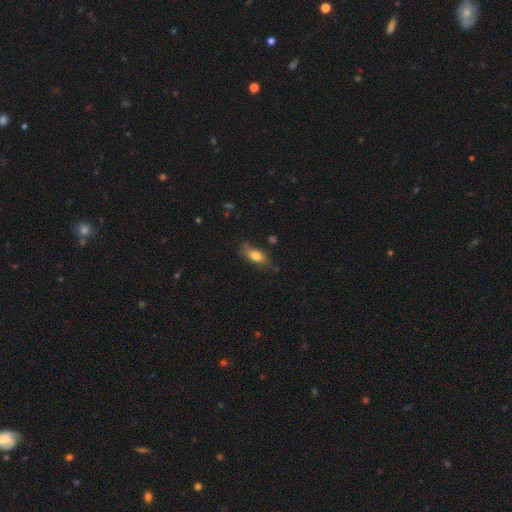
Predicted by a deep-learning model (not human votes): Smooth or featured?
  - smooth: 76% *
  - featured or disk: 16%
  - star or artifact: 8%
How rounded?
  - in between: 81% *
  - cigar-shaped: 13%
  - round: 6%
Merging?
  - none: 63% *
  - minor disturbance: 26%
  - major disturbance: 8%
  - merger: 3%